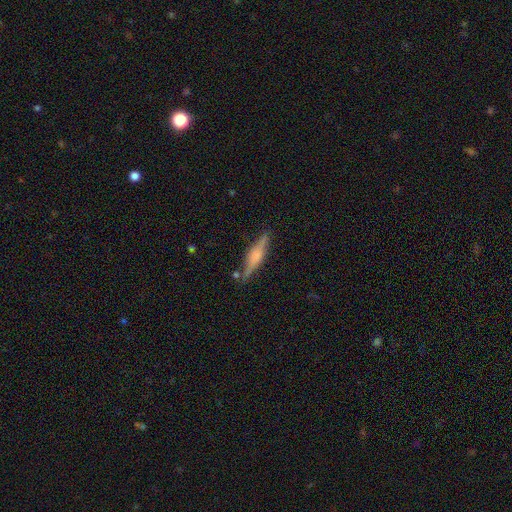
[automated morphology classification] Smooth or featured? featured or disk (59%)
Edge-on disk? yes (96%)
Edge-on bulge? rounded (66%)
Merging? none (82%)